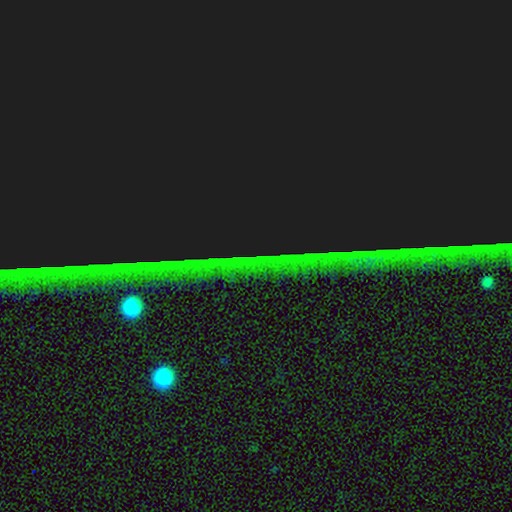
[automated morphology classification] smooth-or-featured: star or artifact: 84% | featured or disk: 9% | smooth: 8%